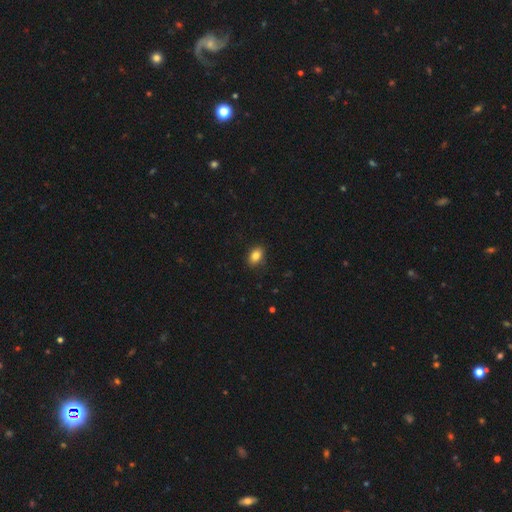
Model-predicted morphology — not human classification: A smooth galaxy with no disk features (85%) that is in between round and cigar-shaped (83%).

Vote fractions:
- Smooth or featured? smooth: 85% / star or artifact: 9% / featured or disk: 7%
- How rounded? in between: 83% / round: 15% / cigar-shaped: 2%
- Merging? none: 88% / minor disturbance: 9% / major disturbance: 2% / merger: 1%